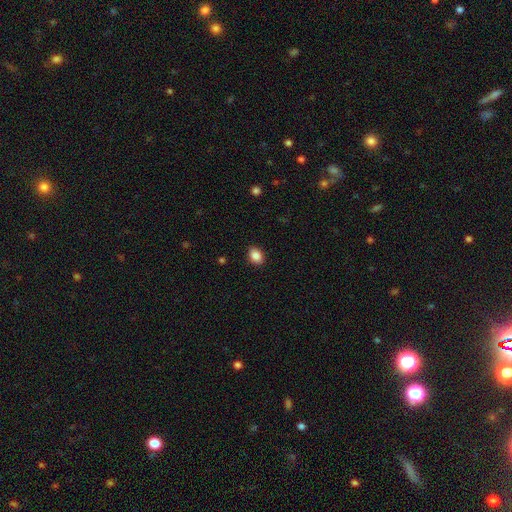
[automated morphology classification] Overall: smooth (88%). How rounded: in between (72%). Merging: none (89%).